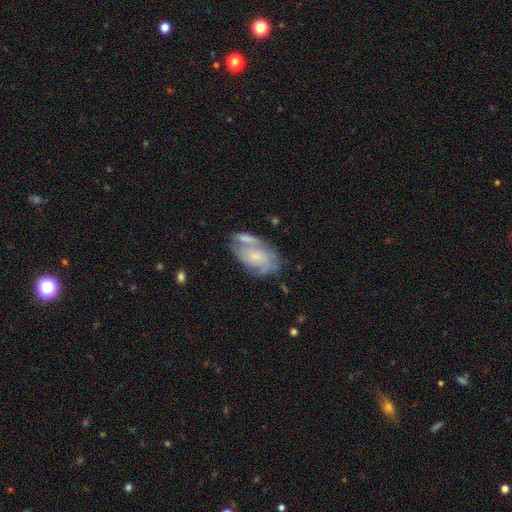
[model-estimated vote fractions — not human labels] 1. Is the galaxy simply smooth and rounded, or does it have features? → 60% featured or disk, 32% smooth, 8% star or artifact.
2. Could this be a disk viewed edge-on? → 95% no, 5% yes.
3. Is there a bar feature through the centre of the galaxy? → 73% no, 23% weak, 4% strong.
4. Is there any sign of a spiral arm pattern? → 74% yes, 26% no.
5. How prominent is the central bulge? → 65% small, 23% moderate, 9% none, 2% large, 1% dominant.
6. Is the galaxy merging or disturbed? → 43% none, 26% merger, 20% minor disturbance, 11% major disturbance.